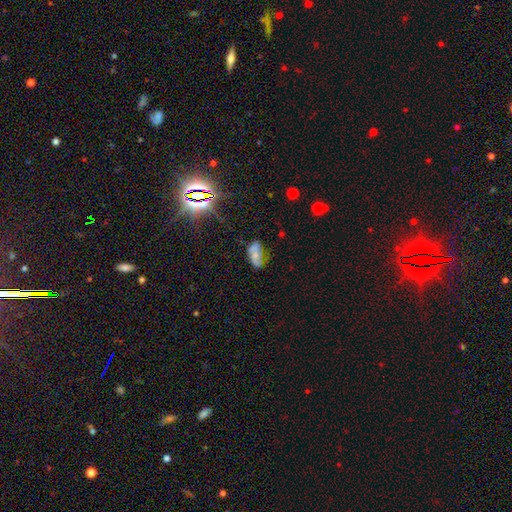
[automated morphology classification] Smooth or featured?
  - featured or disk: 44% *
  - smooth: 34%
  - star or artifact: 22%
Merging?
  - none: 57% *
  - minor disturbance: 28%
  - major disturbance: 12%
  - merger: 4%